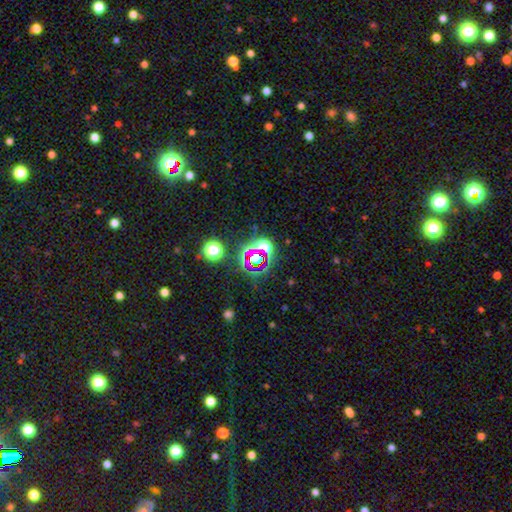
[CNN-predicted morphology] A star or artifact, not a galaxy (67%).

Vote fractions:
- Smooth or featured? star or artifact: 67% / smooth: 22% / featured or disk: 11%